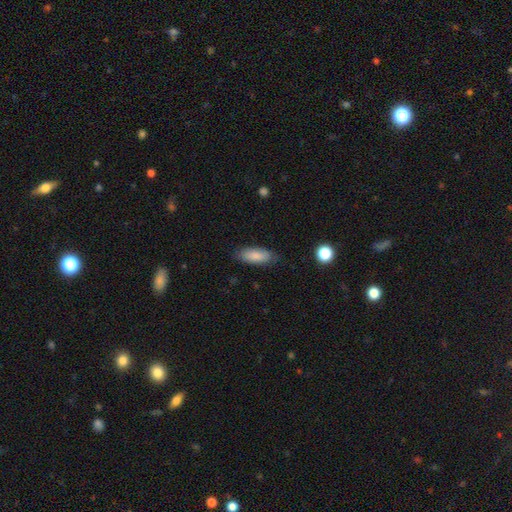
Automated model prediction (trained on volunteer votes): smooth_or_featured: smooth (p=0.85) [alt: featured or disk p=0.09]
how_rounded: in between (p=0.77) [alt: cigar-shaped p=0.21]
merging: none (p=0.80) [alt: minor disturbance p=0.15]